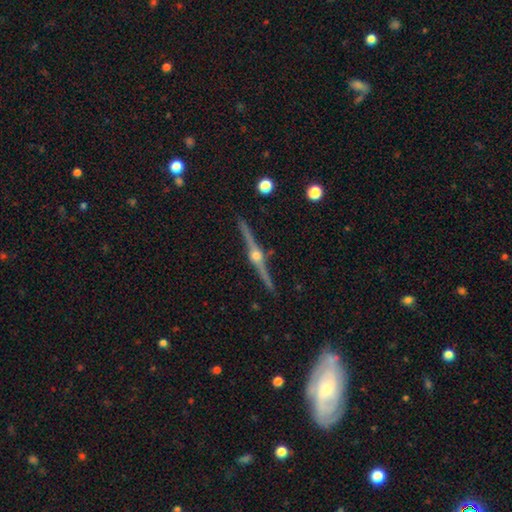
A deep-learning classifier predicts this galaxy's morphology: This is likely a featured or disk galaxy (80%). It is clearly viewed edge-on (94%). Edge-on bulge: clearly rounded (93%). Merging: clearly none (85%).